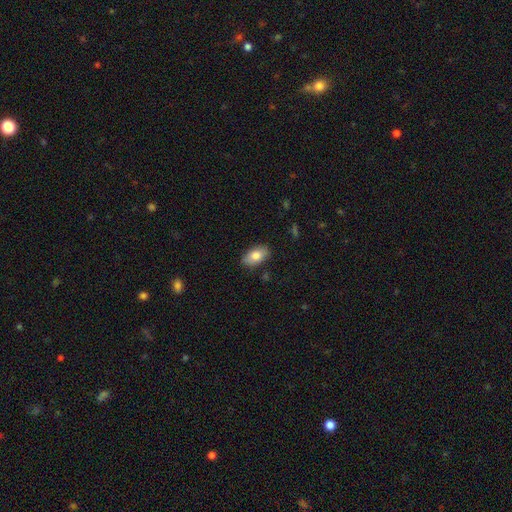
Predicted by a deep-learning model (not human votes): This appears to be a smooth galaxy with no disk features (82%) that is in between round and cigar-shaped (93%). Merging: none (85%).